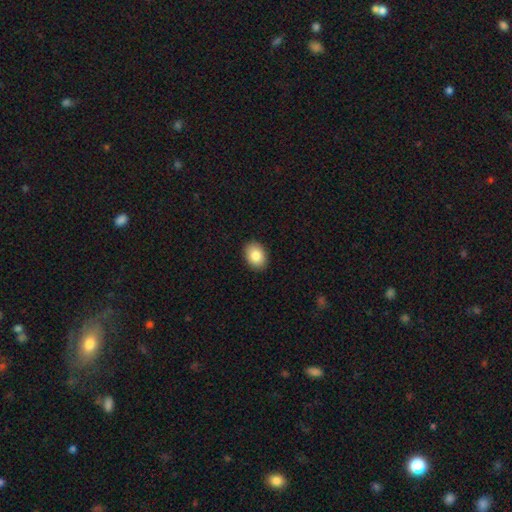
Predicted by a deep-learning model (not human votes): Smooth or featured: smooth — 84% (featured or disk — 8%)
How rounded: in between — 73% (round — 26%)
Merging: none — 91% (minor disturbance — 7%)